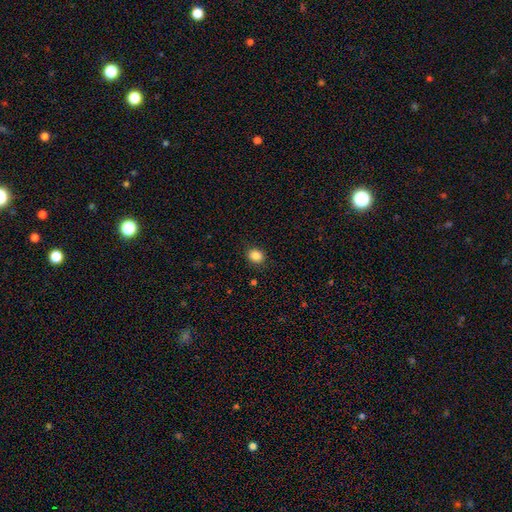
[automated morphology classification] Overall: smooth (87%). How rounded: round (56%; in between 43%). Merging: none (88%).